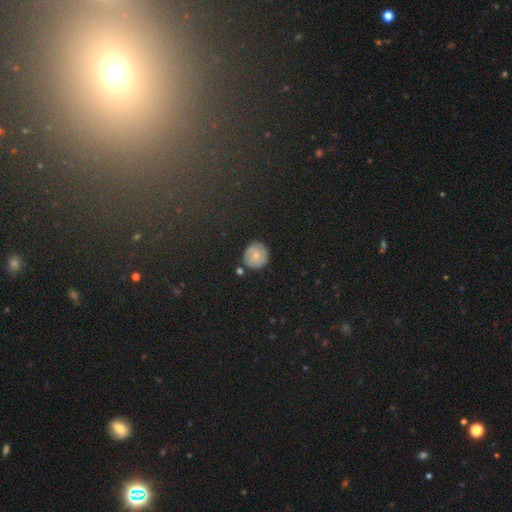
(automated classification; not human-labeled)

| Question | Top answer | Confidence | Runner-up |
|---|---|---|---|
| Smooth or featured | featured or disk | 47% | smooth (43%) |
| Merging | none | 80% | minor disturbance (13%) |